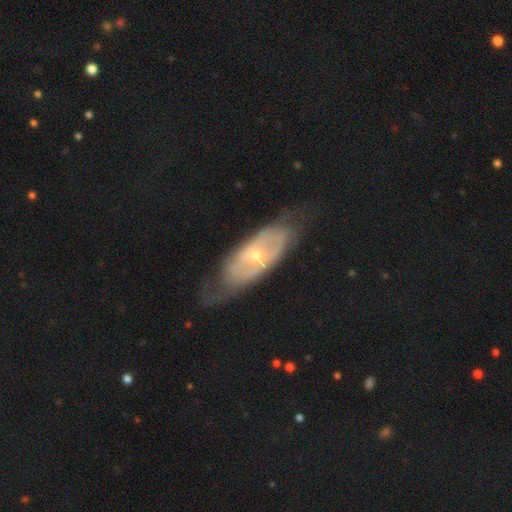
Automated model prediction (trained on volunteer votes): Smooth or featured: featured or disk — 72% (smooth — 22%)
Edge-on disk: no — 84% (yes — 16%)
Bar: no — 60% (weak — 28%)
Spiral arms: yes — 56% (no — 44%)
Bulge size: small — 66% (moderate — 31%)
Merging: none — 62% (minor disturbance — 23%)